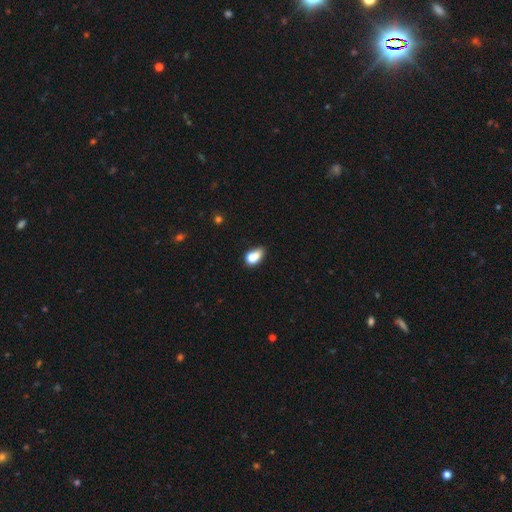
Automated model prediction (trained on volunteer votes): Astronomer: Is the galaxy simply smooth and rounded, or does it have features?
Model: smooth — 74%.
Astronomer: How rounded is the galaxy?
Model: in between — 75%.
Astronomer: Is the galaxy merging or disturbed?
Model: none — 34% (runner-up: minor disturbance, 31%).